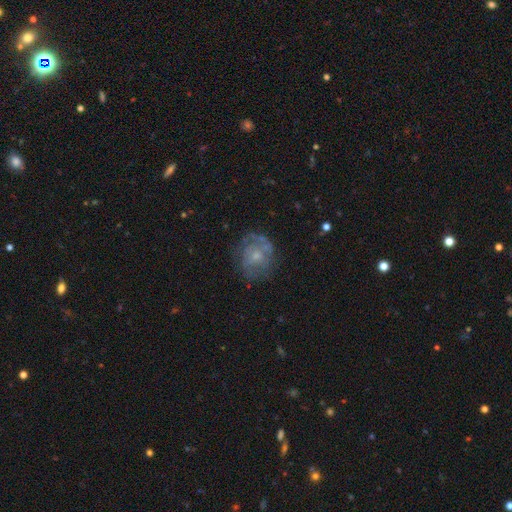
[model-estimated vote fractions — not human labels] Q: Smooth or featured?
A: featured or disk (56%); runner-up: smooth (36%)
Q: Edge-on disk?
A: no (97%); runner-up: yes (3%)
Q: Bar?
A: no (80%); runner-up: weak (17%)
Q: Spiral arms?
A: yes (55%); runner-up: no (45%)
Q: Bulge size?
A: small (53%); runner-up: moderate (37%)
Q: Merging?
A: none (62%); runner-up: minor disturbance (21%)